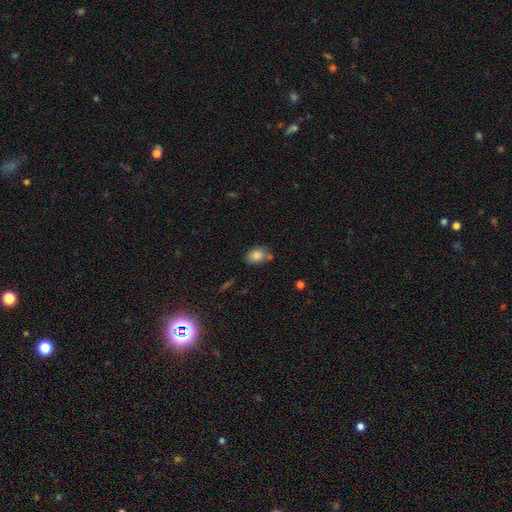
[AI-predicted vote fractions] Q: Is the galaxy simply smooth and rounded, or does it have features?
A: smooth — 82%.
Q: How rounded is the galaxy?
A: in between — 75%.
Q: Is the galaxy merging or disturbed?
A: none — 63%.